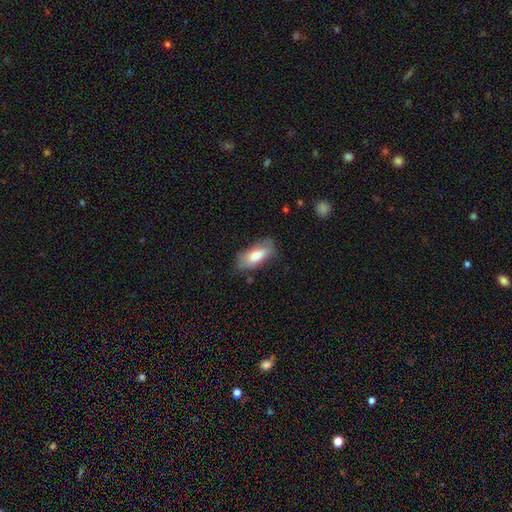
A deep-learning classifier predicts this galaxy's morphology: The model was most divided on "merging": none: 66%, minor disturbance: 25%, major disturbance: 7%, merger: 2%. More confident: how rounded — in between (83%); smooth or featured — smooth (78%).